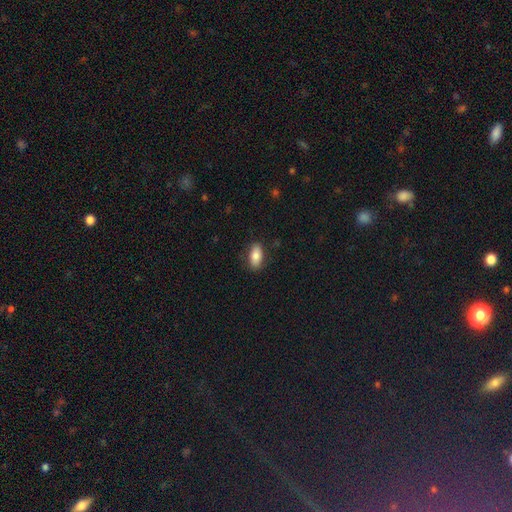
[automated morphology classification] Smooth or featured: smooth — 84% (featured or disk — 9%)
How rounded: in between — 90% (cigar-shaped — 6%)
Merging: none — 85% (minor disturbance — 11%)